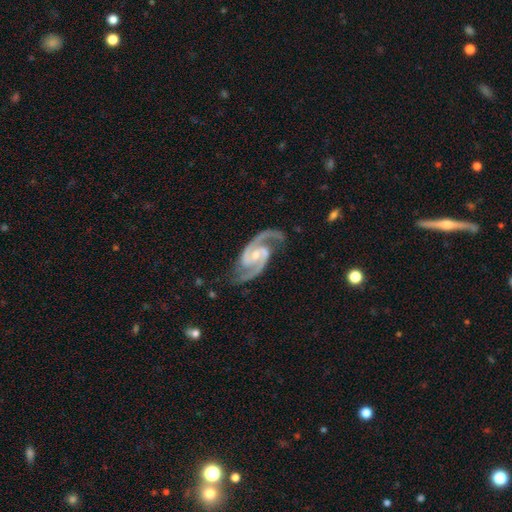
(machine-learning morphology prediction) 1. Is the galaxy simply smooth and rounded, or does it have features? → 94% featured or disk, 4% star or artifact, 2% smooth.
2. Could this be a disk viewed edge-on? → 98% no, 2% yes.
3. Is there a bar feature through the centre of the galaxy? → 43% weak, 38% no, 19% strong.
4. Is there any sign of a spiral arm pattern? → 99% yes, 1% no.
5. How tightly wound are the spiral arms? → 65% medium, 23% tight, 12% loose.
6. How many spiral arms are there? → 94% 2, 2% 3, 1% can't tell, 1% 1, 1% 4, 1% more than 4.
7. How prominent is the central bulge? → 55% small, 38% moderate, 5% none, 2% large, 1% dominant.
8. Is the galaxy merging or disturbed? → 80% none, 14% minor disturbance, 4% major disturbance, 2% merger.